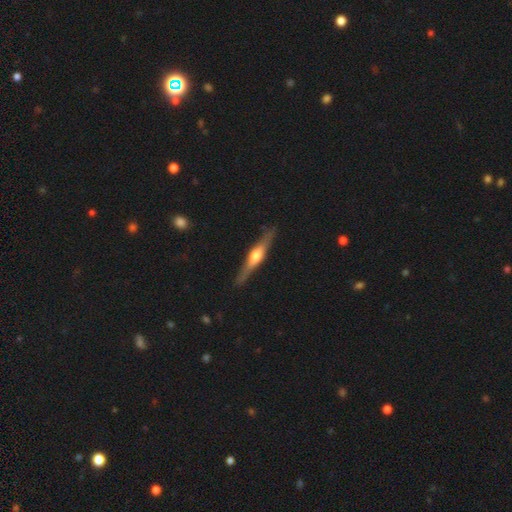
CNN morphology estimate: A featured or disk galaxy (75%) viewed edge-on (97%) with a rounded central bulge (91%).

Vote fractions:
- Smooth or featured? featured or disk: 75% / smooth: 20% / star or artifact: 5%
- Edge-on disk? yes: 97% / no: 3%
- Edge-on bulge? rounded: 91% / boxy: 6% / none: 3%
- Merging? none: 89% / minor disturbance: 8% / major disturbance: 2% / merger: 1%